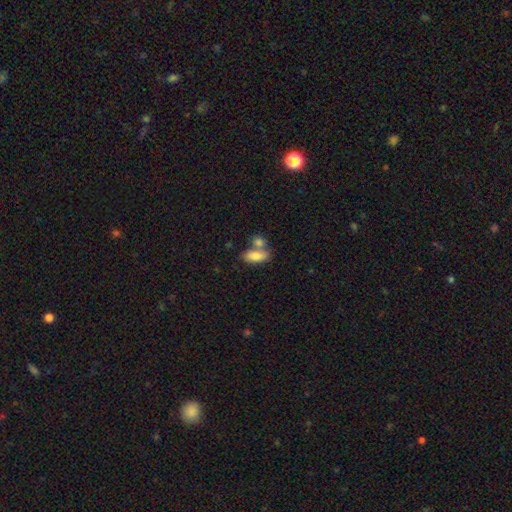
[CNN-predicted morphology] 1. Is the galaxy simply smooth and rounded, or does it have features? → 80% smooth, 13% featured or disk, 7% star or artifact.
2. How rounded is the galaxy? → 84% in between, 12% cigar-shaped, 4% round.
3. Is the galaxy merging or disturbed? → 44% none, 41% merger, 12% minor disturbance, 4% major disturbance.